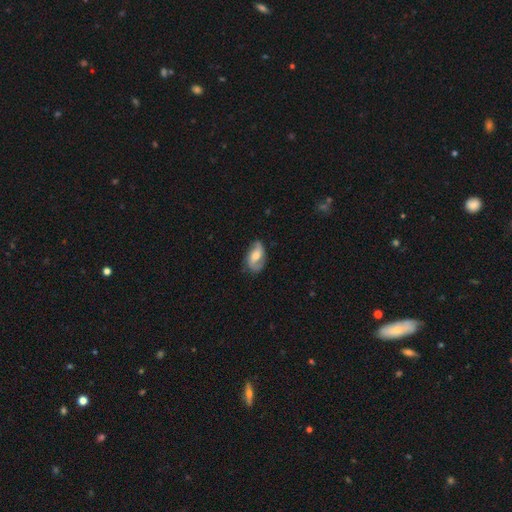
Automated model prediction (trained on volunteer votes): This is likely a featured or disk galaxy (66%). It is clearly not viewed edge-on (95%). Bar: marginally no (45%). Spiral arm pattern: clearly yes (89%). Spiral arm count: clearly 2 (84%). Spiral winding: marginally loose (42%). Central bulge: likely moderate (62%). Merging: likely none (68%).